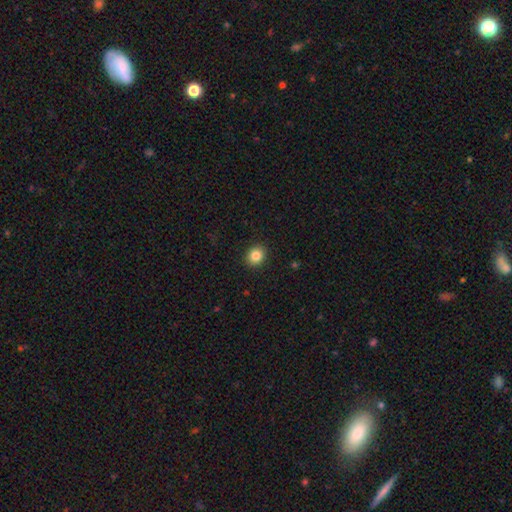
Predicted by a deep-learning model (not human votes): Smooth or featured? Predicted: smooth (p=0.85). How rounded? Predicted: round (p=0.74). Merging? Predicted: none (p=0.92).